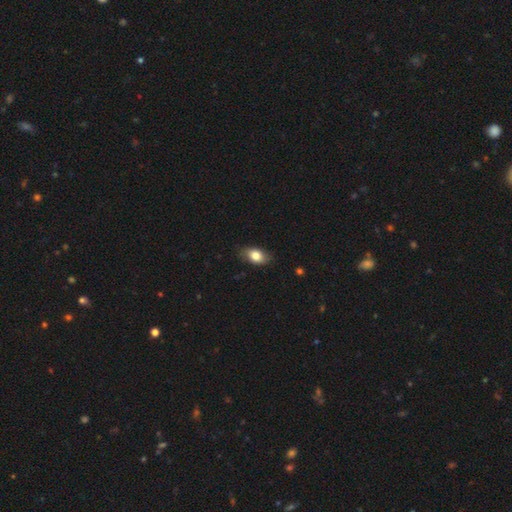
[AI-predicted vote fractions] smooth-or-featured: smooth: 80% | featured or disk: 12% | star or artifact: 8%
  how-rounded: in between: 87% | round: 10% | cigar-shaped: 3%
  merging: none: 81% | minor disturbance: 16% | major disturbance: 3% | merger: 1%